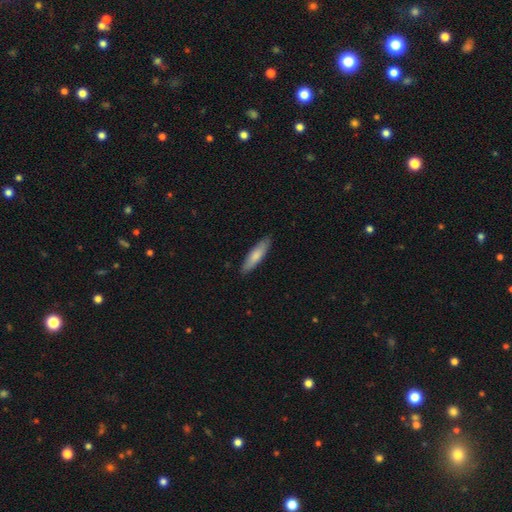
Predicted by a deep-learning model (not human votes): Q: Smooth or featured?
A: smooth (78%); runner-up: featured or disk (17%)
Q: How rounded?
A: cigar-shaped (69%); runner-up: in between (29%)
Q: Merging?
A: none (88%); runner-up: minor disturbance (9%)